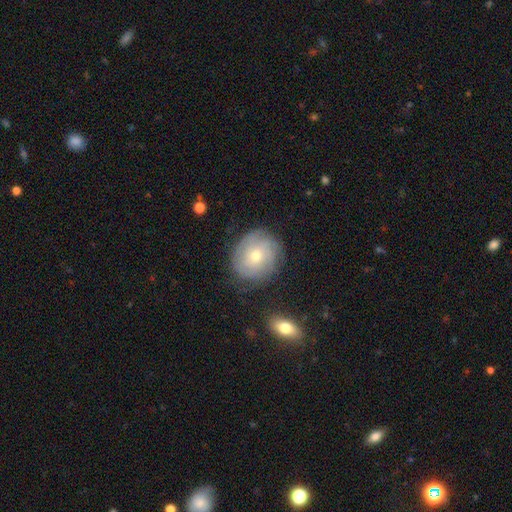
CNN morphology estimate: type=featured or disk (63%); edge-on=no (97%); bar=no (77%); spiral arms=yes (87%); winding=tight (69%); arm count=can't tell (44%); bulge=small (51%); merging=none (80%).